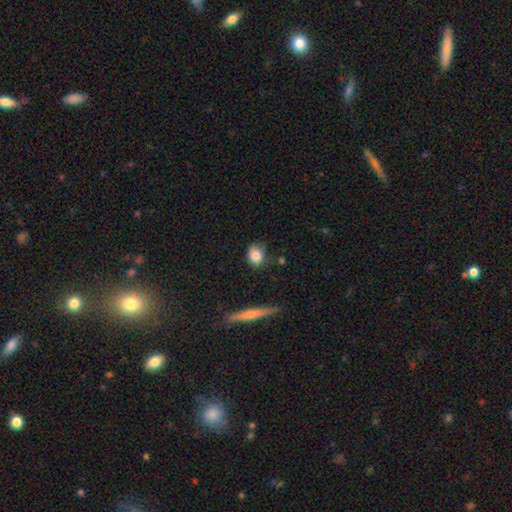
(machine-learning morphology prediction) smooth-or-featured: smooth: 82% | featured or disk: 9% | star or artifact: 8%
  how-rounded: in between: 49% | round: 48% | cigar-shaped: 3%
  merging: none: 58% | minor disturbance: 30% | major disturbance: 8% | merger: 4%